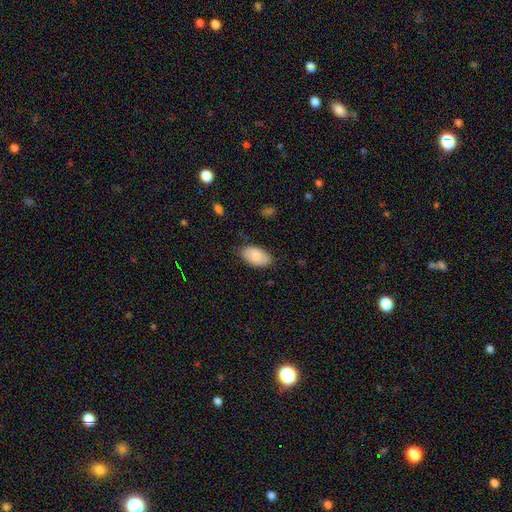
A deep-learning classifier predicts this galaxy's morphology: Smooth or featured: smooth — 82% (featured or disk — 11%)
How rounded: in between — 95% (round — 4%)
Merging: none — 78% (minor disturbance — 18%)